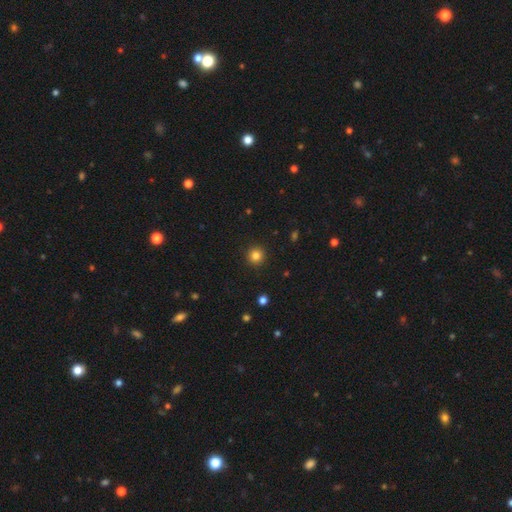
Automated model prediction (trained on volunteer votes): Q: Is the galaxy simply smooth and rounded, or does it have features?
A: smooth — 83%.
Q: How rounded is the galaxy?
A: round — 95%.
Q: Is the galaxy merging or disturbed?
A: none — 93%.